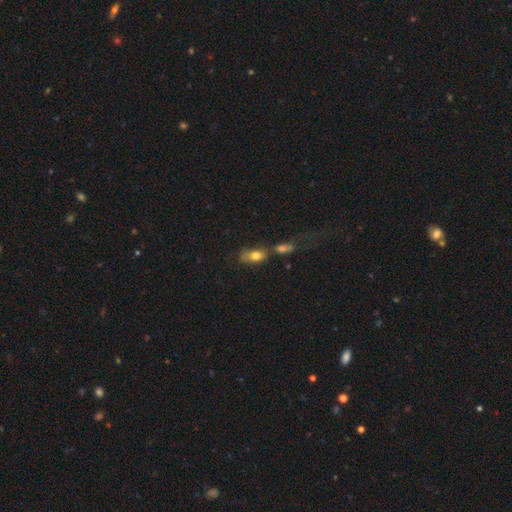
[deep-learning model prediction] This is likely a smooth galaxy (76%). How rounded: clearly in between (84%). Merging: marginally merger (40%).